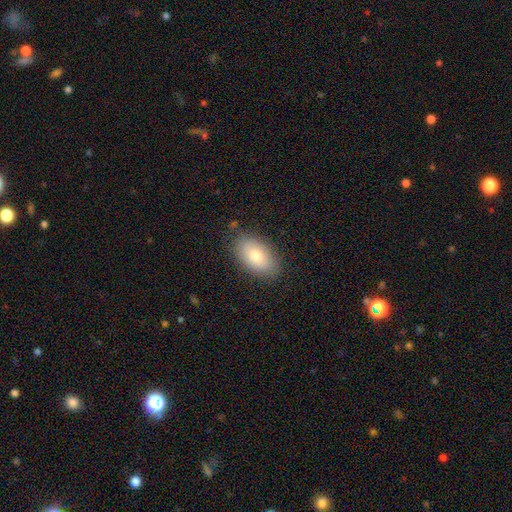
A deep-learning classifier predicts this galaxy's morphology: Smooth or featured?
  - smooth: 78% *
  - featured or disk: 14%
  - star or artifact: 7%
How rounded?
  - in between: 92% *
  - round: 6%
  - cigar-shaped: 2%
Merging?
  - none: 83% *
  - minor disturbance: 13%
  - major disturbance: 3%
  - merger: 1%